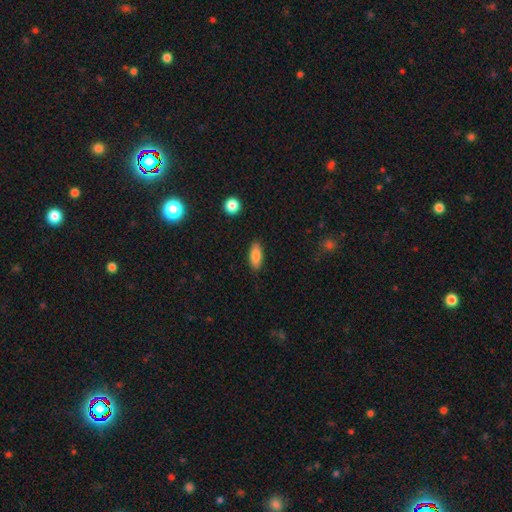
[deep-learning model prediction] A smooth galaxy with no disk features (85%) that is in between round and cigar-shaped (82%).

Vote fractions:
- Smooth or featured? smooth: 85% / featured or disk: 8% / star or artifact: 7%
- How rounded? in between: 82% / cigar-shaped: 15% / round: 3%
- Merging? none: 87% / minor disturbance: 9% / major disturbance: 2% / merger: 1%